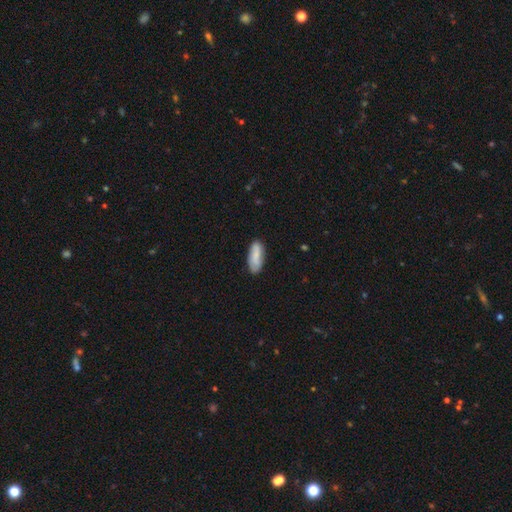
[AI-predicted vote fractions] Overall: smooth (73%). How rounded: in between (74%). Merging: none (79%).